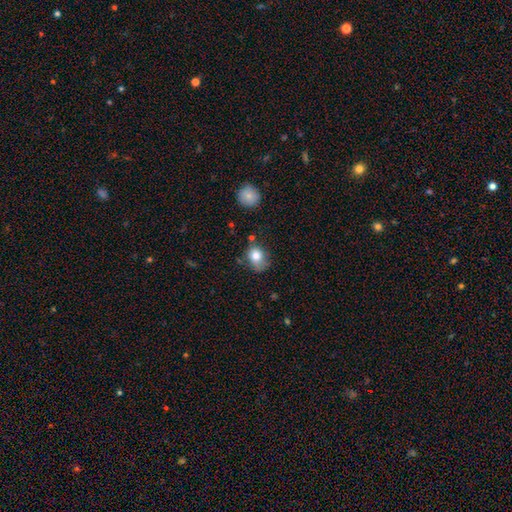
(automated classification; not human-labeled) Smooth or featured: smooth — 79% (featured or disk — 11%)
How rounded: round — 53% (in between — 46%)
Merging: none — 54% (minor disturbance — 30%)